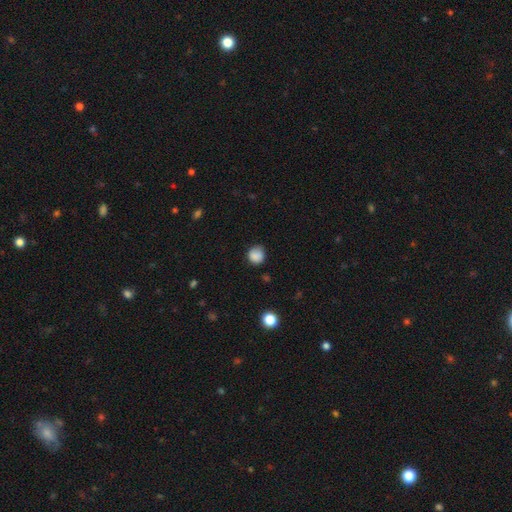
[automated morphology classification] The model was most divided on "merging": none: 73%, minor disturbance: 21%, major disturbance: 4%, merger: 2%. More confident: how rounded — round (86%); smooth or featured — smooth (85%).